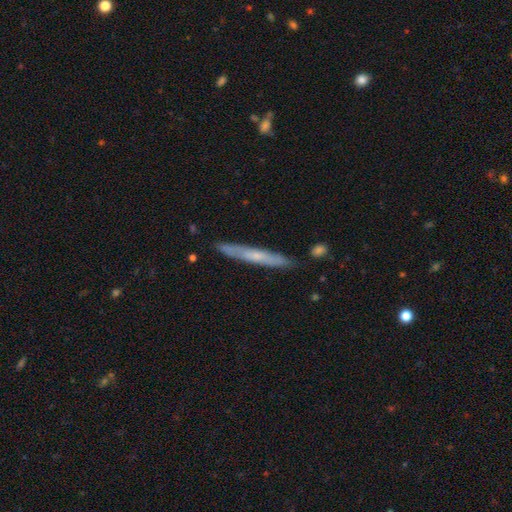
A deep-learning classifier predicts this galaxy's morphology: type=featured or disk (51%); edge-on=yes (88%); merging=none (86%).